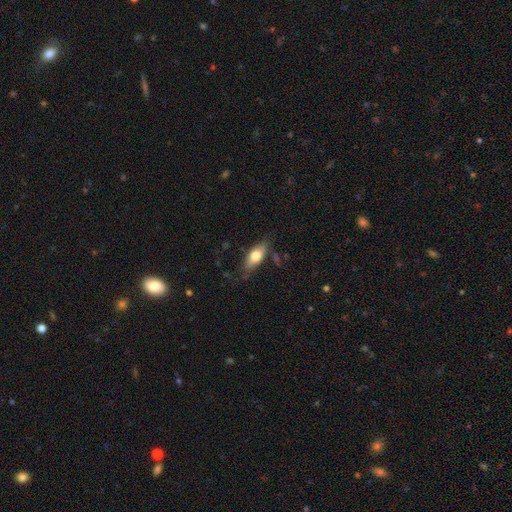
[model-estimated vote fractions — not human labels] Morphology: type=smooth (70%); roundness=in between (77%); merging=none (70%).